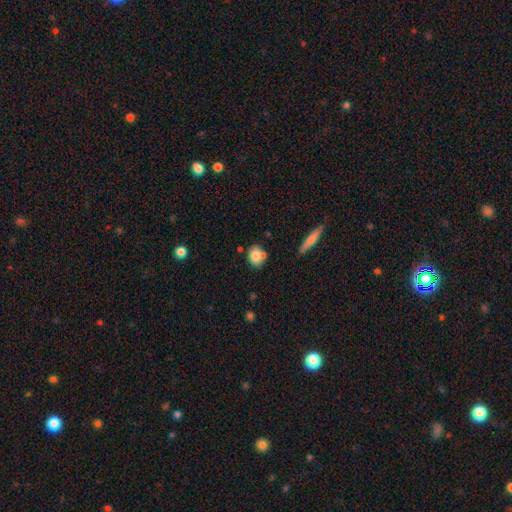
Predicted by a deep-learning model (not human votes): Q: Smooth or featured?
A: smooth (77%); runner-up: featured or disk (14%)
Q: How rounded?
A: in between (52%); runner-up: round (45%)
Q: Merging?
A: none (60%); runner-up: merger (20%)